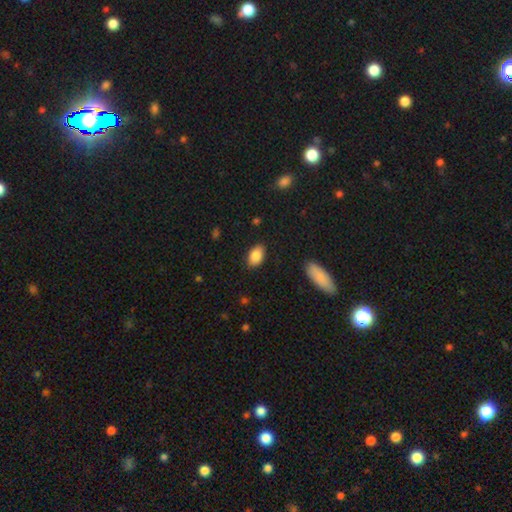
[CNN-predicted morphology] Smooth or featured? Predicted: smooth (p=0.87). How rounded? Predicted: in between (p=0.91). Merging? Predicted: none (p=0.87).